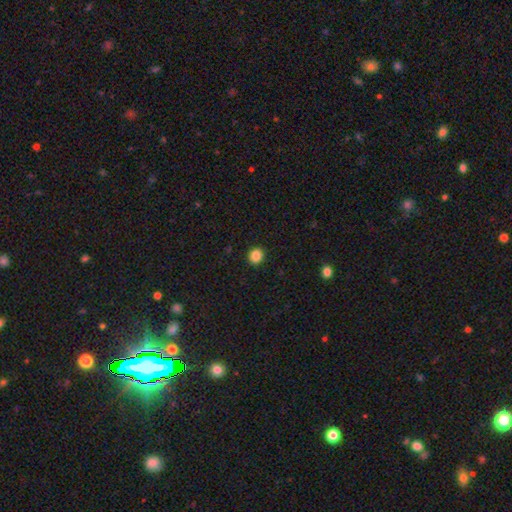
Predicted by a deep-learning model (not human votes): smooth_or_featured: smooth (p=0.86) [alt: star or artifact p=0.10]
how_rounded: round (p=0.75) [alt: in between p=0.24]
merging: none (p=0.92) [alt: minor disturbance p=0.06]